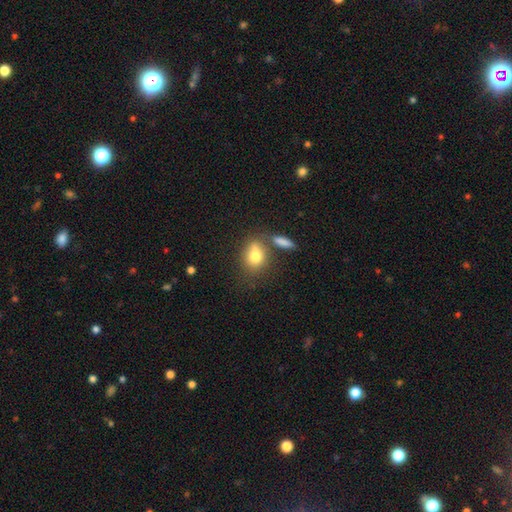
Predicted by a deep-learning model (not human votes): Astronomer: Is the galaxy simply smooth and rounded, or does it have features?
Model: smooth — 76%.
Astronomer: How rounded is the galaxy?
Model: in between — 51% (runner-up: round, 47%).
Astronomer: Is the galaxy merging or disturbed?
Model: none — 49% (runner-up: merger, 29%).